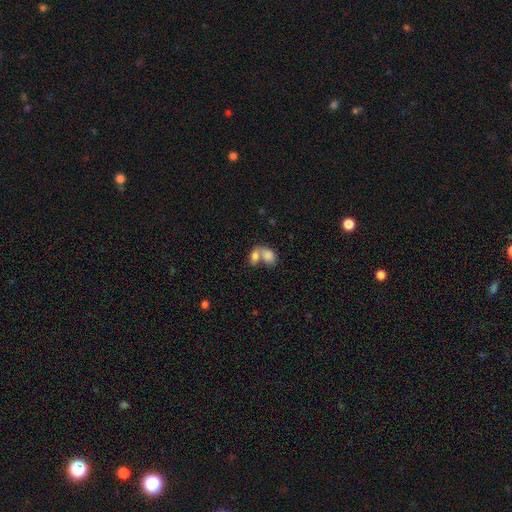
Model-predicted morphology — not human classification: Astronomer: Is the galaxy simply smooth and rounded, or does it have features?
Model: smooth — 78%.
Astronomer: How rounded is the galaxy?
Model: in between — 79%.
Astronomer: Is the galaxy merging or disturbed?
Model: merger — 71%.